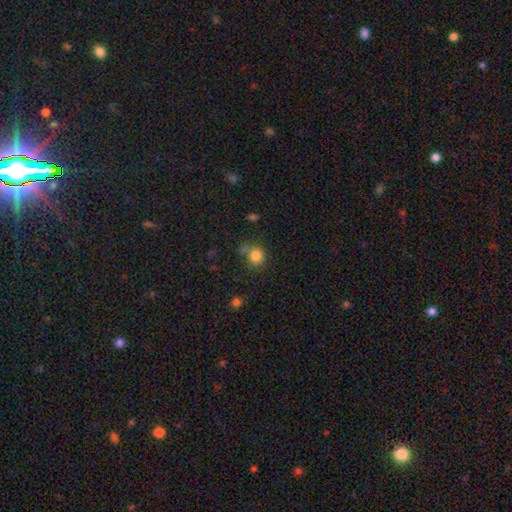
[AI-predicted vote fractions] smooth-or-featured: smooth: 83% | star or artifact: 11% | featured or disk: 6%
  how-rounded: round: 80% | in between: 19% | cigar-shaped: 1%
  merging: none: 56% | minor disturbance: 21% | merger: 12% | major disturbance: 10%